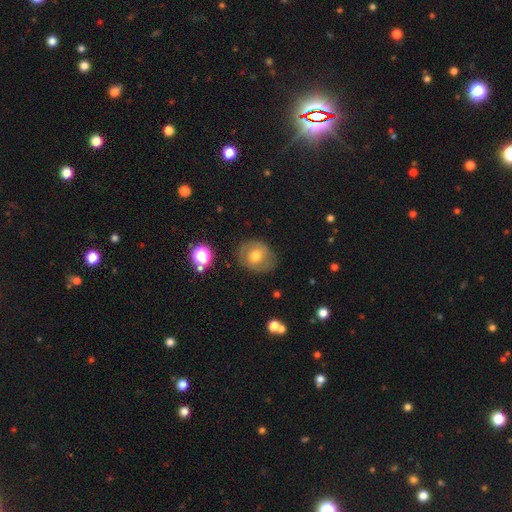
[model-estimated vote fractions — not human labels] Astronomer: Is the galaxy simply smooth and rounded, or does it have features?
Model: smooth — 58%.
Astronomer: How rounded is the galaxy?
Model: round — 70%.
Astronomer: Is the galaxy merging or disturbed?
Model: none — 80%.